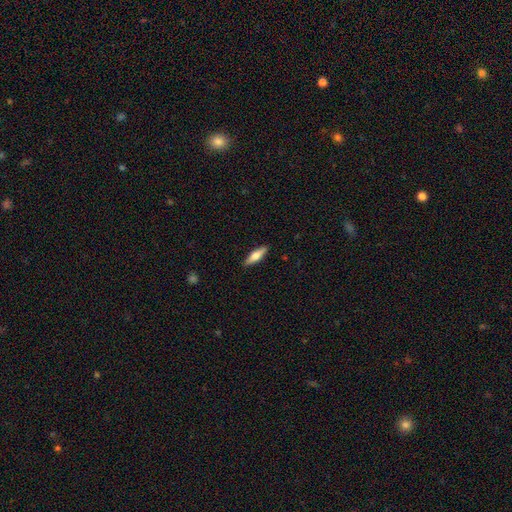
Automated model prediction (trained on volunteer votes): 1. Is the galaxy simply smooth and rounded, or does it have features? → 57% smooth, 37% featured or disk, 6% star or artifact.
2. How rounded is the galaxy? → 60% cigar-shaped, 38% in between, 2% round.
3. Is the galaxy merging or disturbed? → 89% none, 8% minor disturbance, 2% major disturbance, 1% merger.